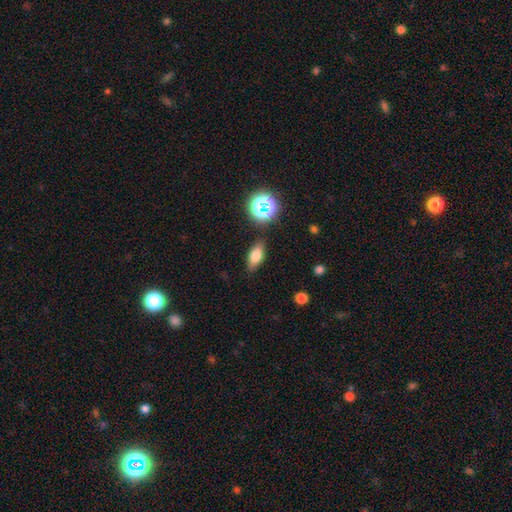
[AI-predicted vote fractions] Overall: smooth (72%). How rounded: in between (76%). Merging: none (84%).